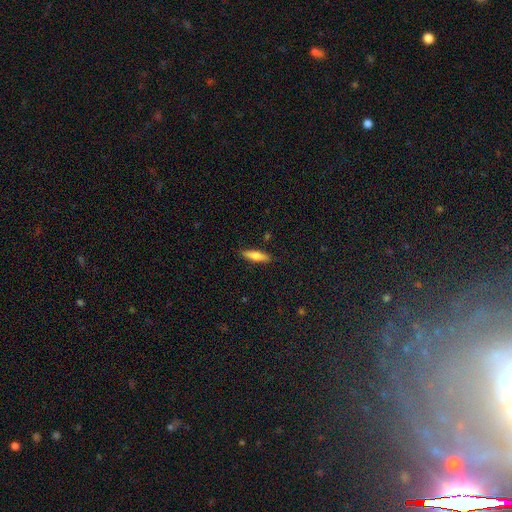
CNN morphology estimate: Q: Smooth or featured?
A: smooth (74%); runner-up: featured or disk (19%)
Q: How rounded?
A: cigar-shaped (65%); runner-up: in between (33%)
Q: Merging?
A: none (87%); runner-up: minor disturbance (9%)